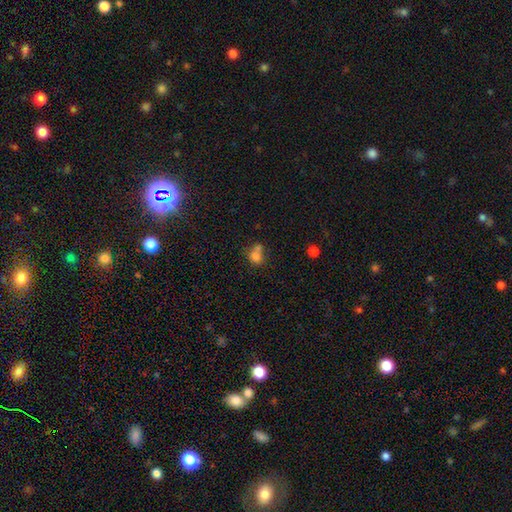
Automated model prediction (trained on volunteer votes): This appears to be a smooth galaxy with no disk features (76%) that is round (61%). Merging: merger (48%).